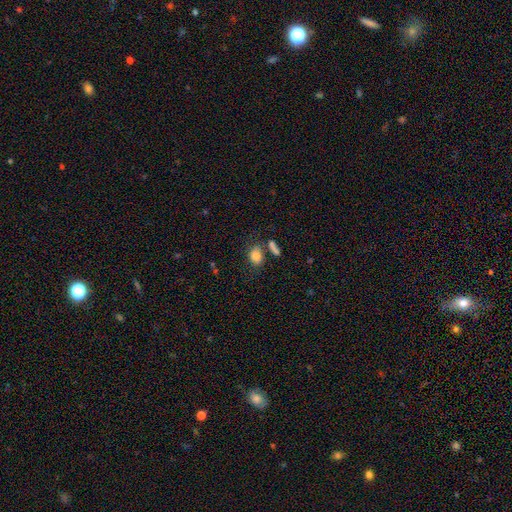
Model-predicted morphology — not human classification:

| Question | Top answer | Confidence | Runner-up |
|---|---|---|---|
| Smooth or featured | smooth | 83% | star or artifact (10%) |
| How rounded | in between | 71% | round (26%) |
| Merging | none | 53% | merger (20%) |